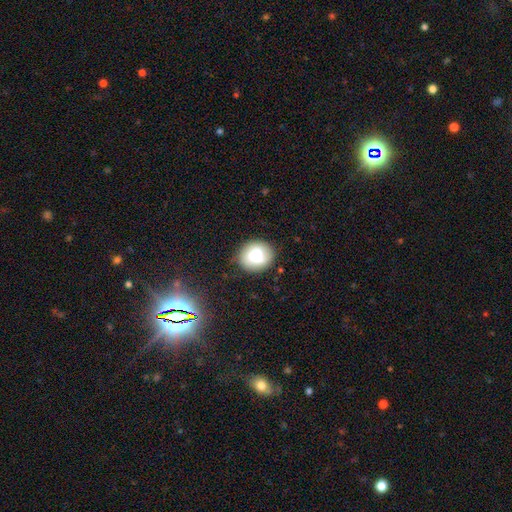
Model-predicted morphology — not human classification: smooth-or-featured: smooth: 71% | featured or disk: 20% | star or artifact: 9%
  how-rounded: round: 71% | in between: 28% | cigar-shaped: 1%
  merging: none: 78% | minor disturbance: 15% | major disturbance: 4% | merger: 2%